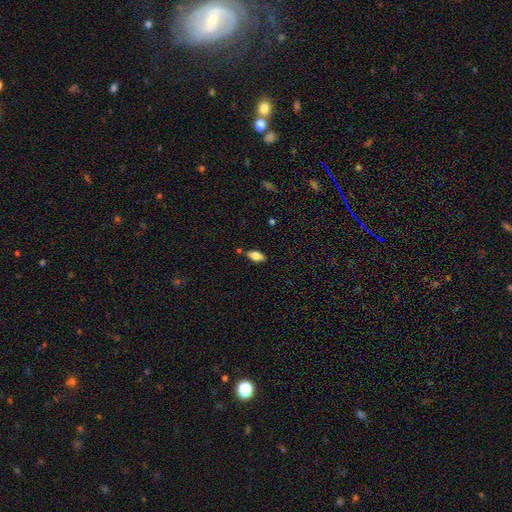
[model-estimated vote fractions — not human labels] Morphology: type=smooth (77%); roundness=in between (86%); merging=none (81%).